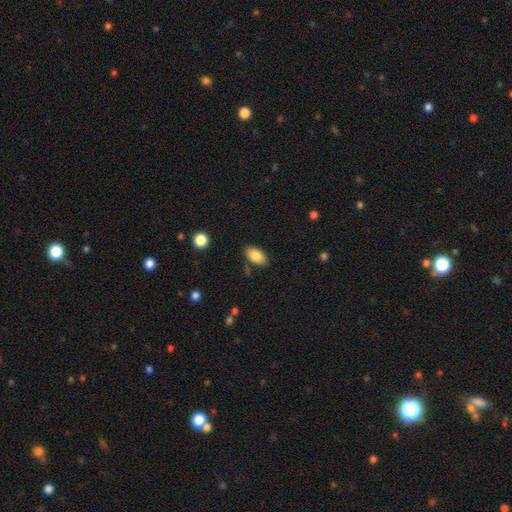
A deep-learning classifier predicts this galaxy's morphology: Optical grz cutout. It shows a smooth galaxy with no disk features (85%) that is in between round and cigar-shaped (93%). Merging: none (83%).